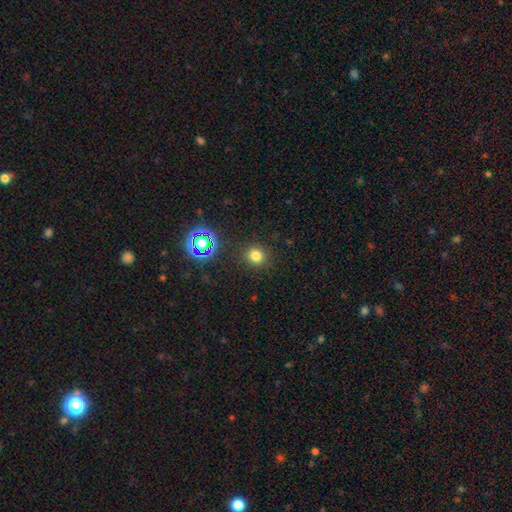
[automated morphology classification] smooth 76%, star or artifact 18%, featured or disk 6%. Down the decision tree: how rounded — round (92%); merging — none (89%).